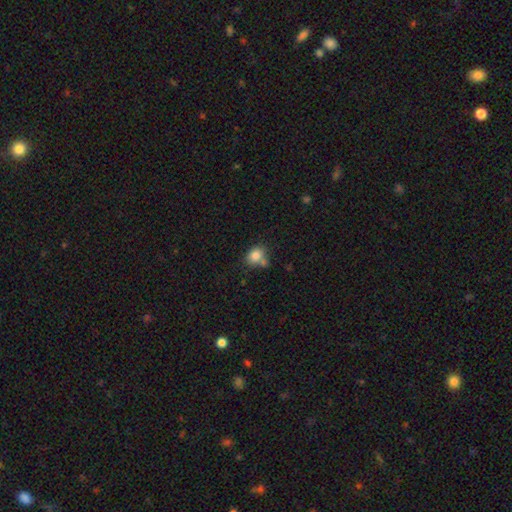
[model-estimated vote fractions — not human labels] smooth_or_featured: smooth (p=0.83) [alt: star or artifact p=0.10]
how_rounded: in between (p=0.53) [alt: round p=0.46]
merging: none (p=0.55) [alt: merger p=0.23]